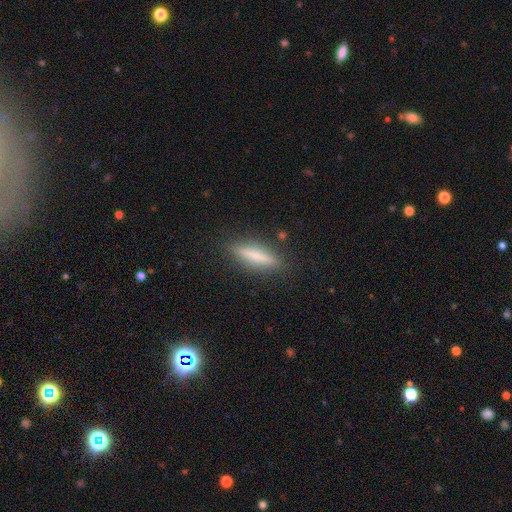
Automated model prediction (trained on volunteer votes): This appears to be a smooth galaxy with no disk features (63%) that is cigar-shaped (84%). Merging: none (88%).